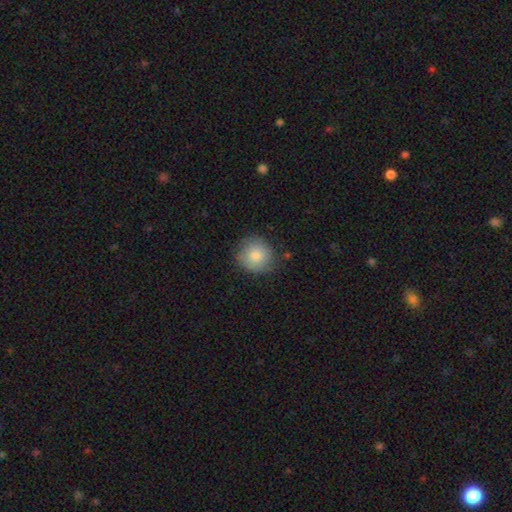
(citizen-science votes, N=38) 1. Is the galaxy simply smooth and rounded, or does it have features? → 92% smooth, 5% featured or disk, 3% star or artifact.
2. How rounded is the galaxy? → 97% round, 3% in between, 0% cigar-shaped.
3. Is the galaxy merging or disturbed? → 89% none, 5% minor disturbance, 5% major disturbance, 0% merger.